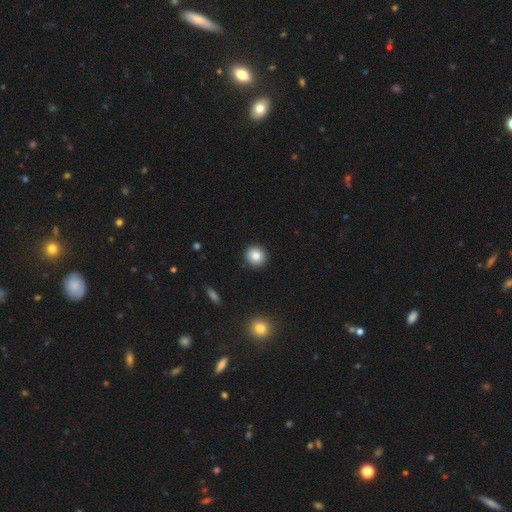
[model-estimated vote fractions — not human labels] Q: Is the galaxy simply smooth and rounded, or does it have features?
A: smooth — 86%.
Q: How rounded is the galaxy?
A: round — 89%.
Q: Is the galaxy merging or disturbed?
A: none — 92%.